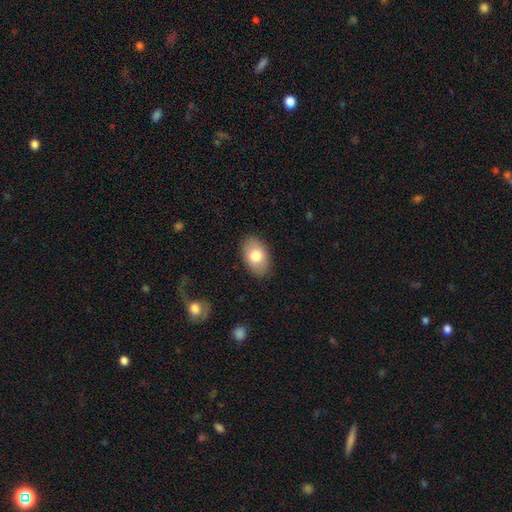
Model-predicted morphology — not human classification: smooth_or_featured: smooth (p=0.76) [alt: featured or disk p=0.17]
how_rounded: in between (p=0.89) [alt: round p=0.10]
merging: none (p=0.87) [alt: minor disturbance p=0.09]